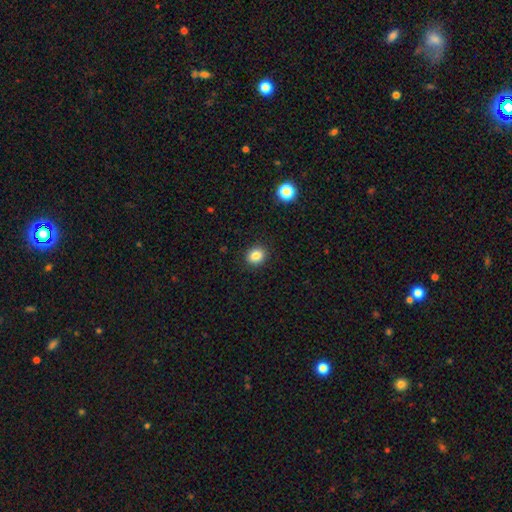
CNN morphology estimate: A smooth galaxy with no disk features (85%) that is round (72%). Merging: none (91%).